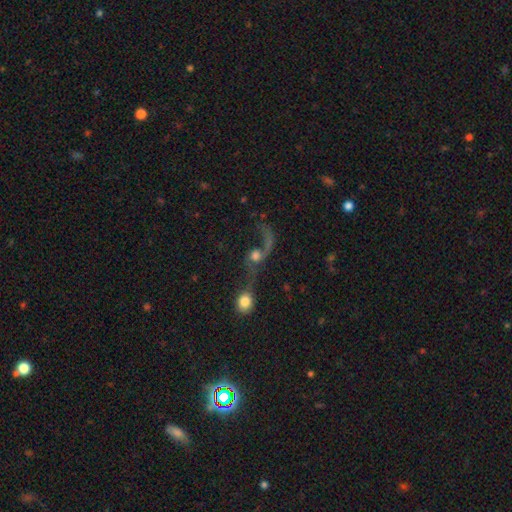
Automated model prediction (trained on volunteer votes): A featured or disk galaxy (47%).

Vote fractions:
- Smooth or featured? featured or disk: 47% / smooth: 39% / star or artifact: 14%
- Merging? merger: 62% / major disturbance: 20% / none: 12% / minor disturbance: 6%